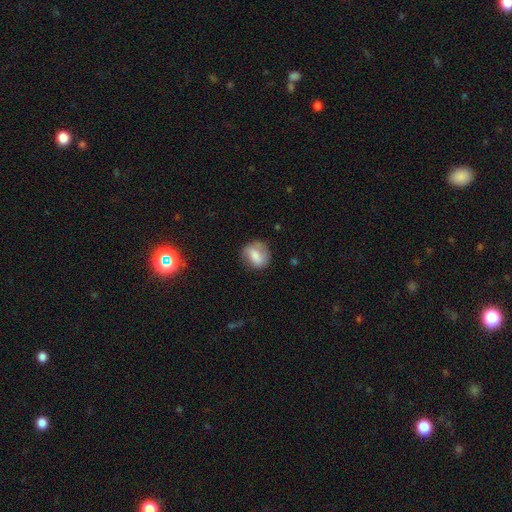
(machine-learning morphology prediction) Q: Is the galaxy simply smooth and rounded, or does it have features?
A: smooth — 68%.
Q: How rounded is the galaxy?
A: round — 62%.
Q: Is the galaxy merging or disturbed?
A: none — 70%.